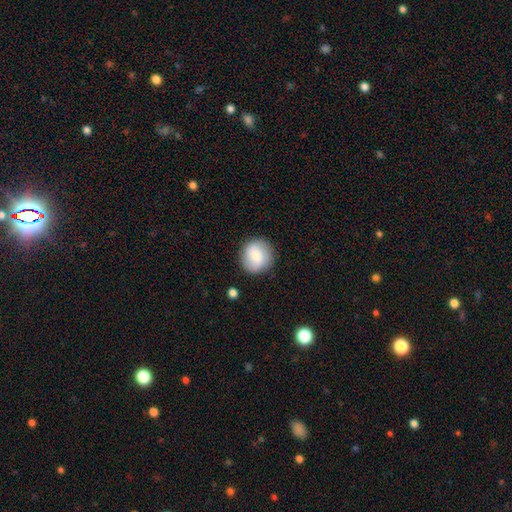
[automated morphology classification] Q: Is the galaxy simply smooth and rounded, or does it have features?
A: smooth — 77%.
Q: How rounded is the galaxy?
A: round — 90%.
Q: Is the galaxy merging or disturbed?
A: none — 87%.